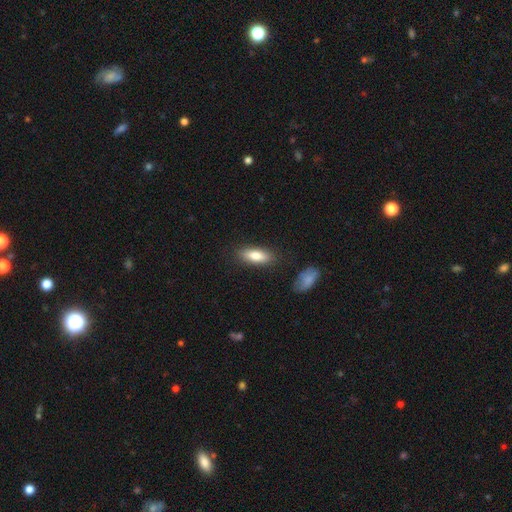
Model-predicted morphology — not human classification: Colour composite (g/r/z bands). It shows a smooth galaxy with no disk features (80%) that is in between round and cigar-shaped (69%). Merging: none (83%).